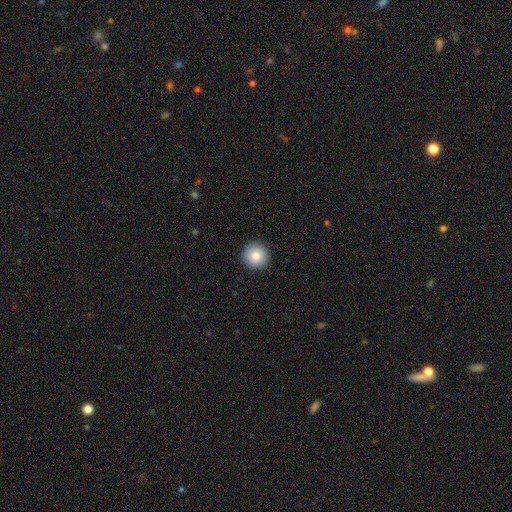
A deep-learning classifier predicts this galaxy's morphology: Smooth or featured: smooth — 86% (star or artifact — 7%)
How rounded: round — 95% (in between — 4%)
Merging: none — 92% (minor disturbance — 6%)